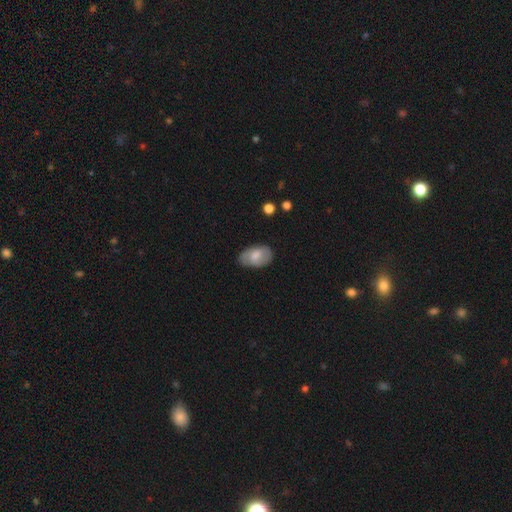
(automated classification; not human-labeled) Morphology: type=smooth (65%); roundness=in between (92%); merging=none (71%).